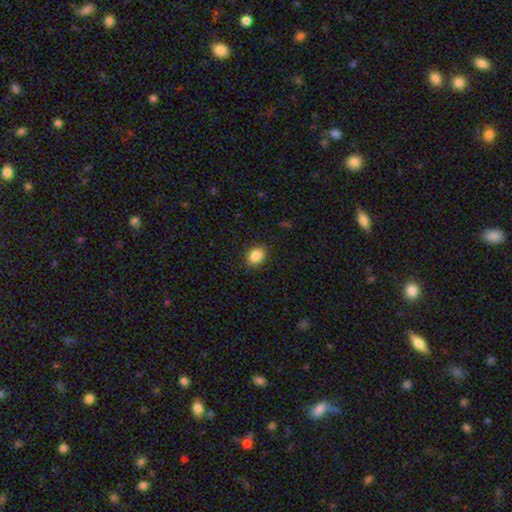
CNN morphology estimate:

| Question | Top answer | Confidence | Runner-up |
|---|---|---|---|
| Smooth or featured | smooth | 86% | star or artifact (9%) |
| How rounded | in between | 56% | round (43%) |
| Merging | none | 88% | minor disturbance (9%) |